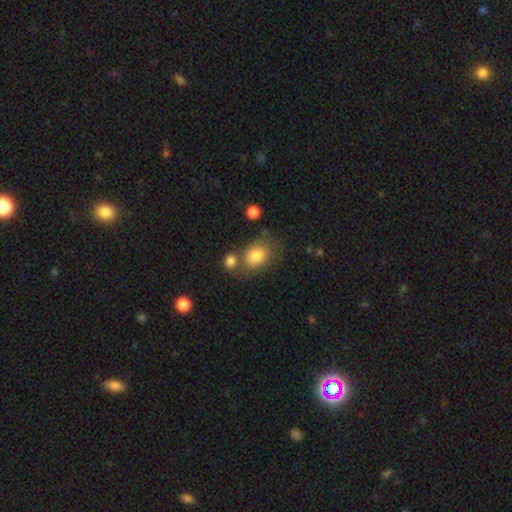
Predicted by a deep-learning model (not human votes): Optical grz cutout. It shows a smooth galaxy with no disk features (82%) that is in between round and cigar-shaped (59%). Merging: none (51%).